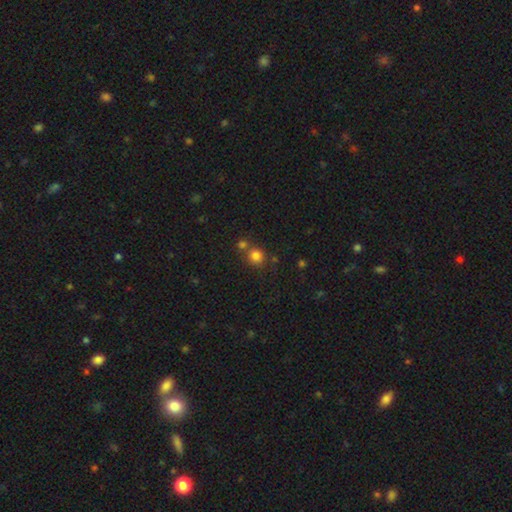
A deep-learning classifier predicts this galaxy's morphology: Q: Smooth or featured?
A: smooth (79%); runner-up: star or artifact (14%)
Q: How rounded?
A: round (86%); runner-up: in between (13%)
Q: Merging?
A: none (61%); runner-up: merger (27%)